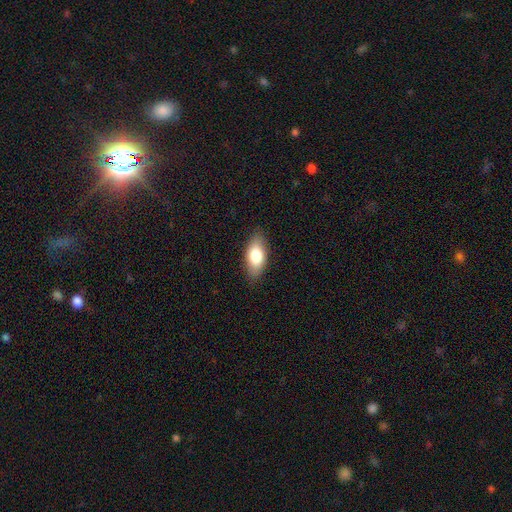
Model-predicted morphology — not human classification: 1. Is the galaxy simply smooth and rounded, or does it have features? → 79% smooth, 15% featured or disk, 6% star or artifact.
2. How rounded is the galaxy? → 89% in between, 9% cigar-shaped, 3% round.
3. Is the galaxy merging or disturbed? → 85% none, 12% minor disturbance, 2% major disturbance, 1% merger.